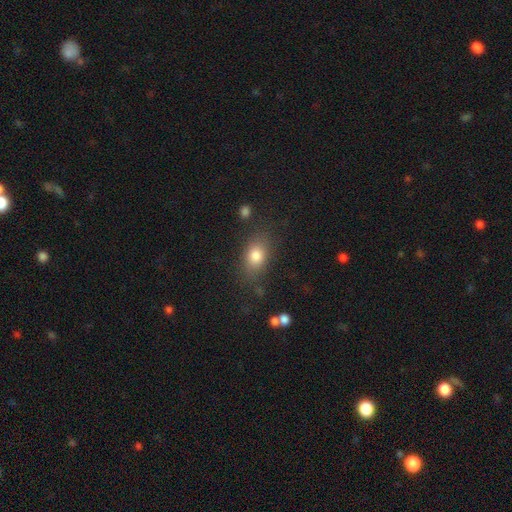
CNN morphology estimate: type=smooth (79%); roundness=in between (74%); merging=none (75%).